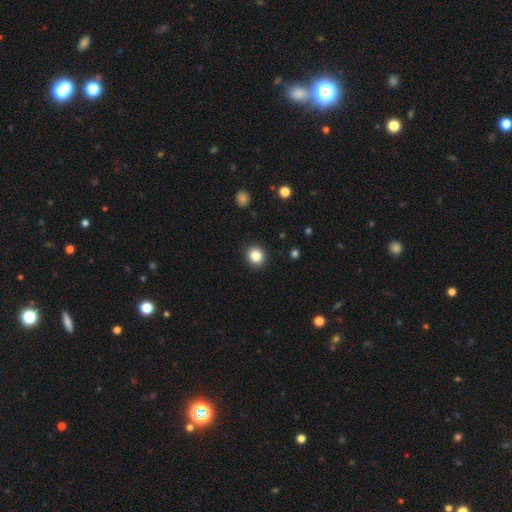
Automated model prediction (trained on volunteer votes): A smooth galaxy with no disk features (86%) that is round (85%). Merging: none (91%).